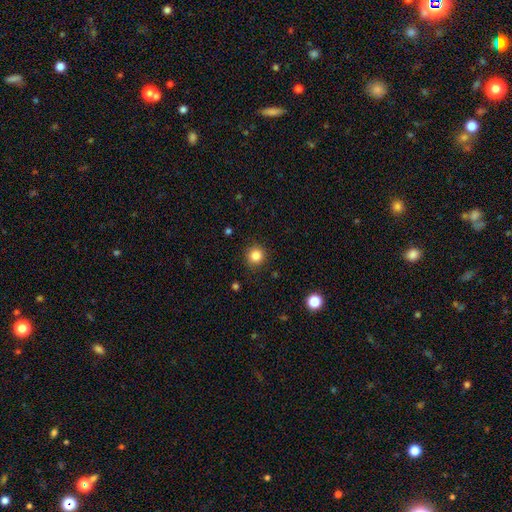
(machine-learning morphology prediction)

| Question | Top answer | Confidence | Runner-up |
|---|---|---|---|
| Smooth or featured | smooth | 84% | star or artifact (11%) |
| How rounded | round | 92% | in between (7%) |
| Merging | none | 90% | minor disturbance (7%) |